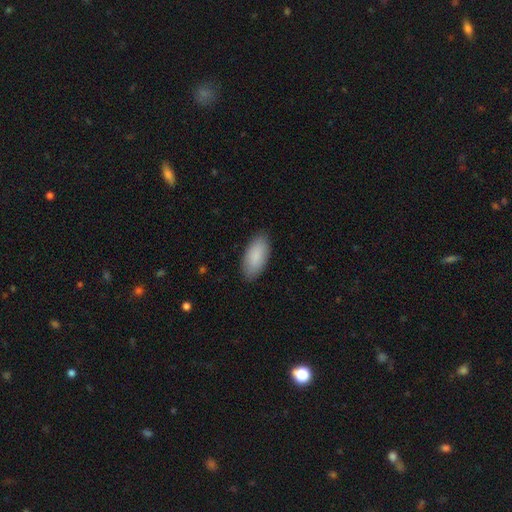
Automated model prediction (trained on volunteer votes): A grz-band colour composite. It shows a smooth galaxy with no disk features (89%) that is in between round and cigar-shaped (90%). Merging: none (87%).